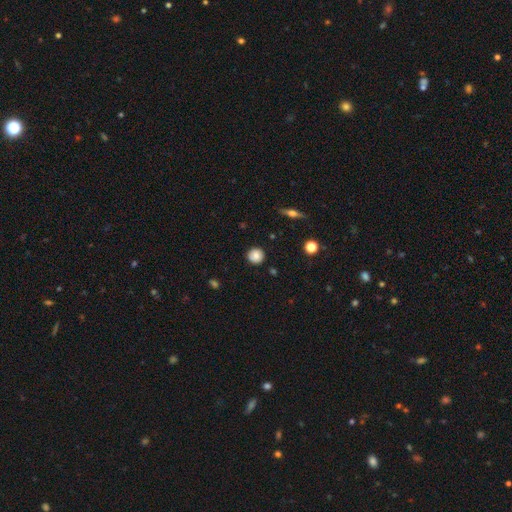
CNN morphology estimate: A smooth galaxy with no disk features (83%) that is round (93%).

Vote fractions:
- Smooth or featured? smooth: 83% / star or artifact: 9% / featured or disk: 7%
- How rounded? round: 93% / in between: 6% / cigar-shaped: 1%
- Merging? none: 89% / minor disturbance: 7% / major disturbance: 2% / merger: 1%